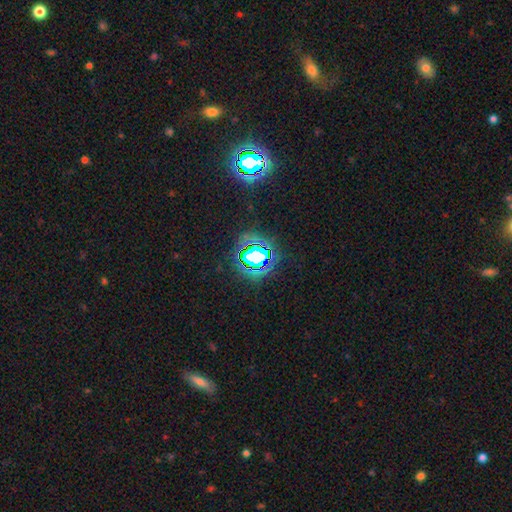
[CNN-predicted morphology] This appears to be a star or artifact, not a galaxy (69%).